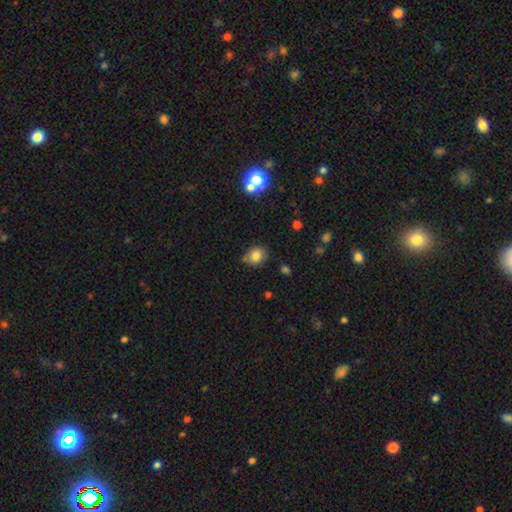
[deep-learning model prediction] Smooth or featured? smooth (80%)
How rounded? round (70%)
Merging? none (77%)